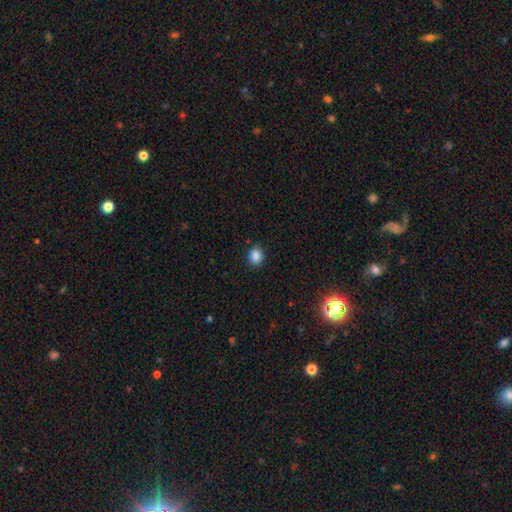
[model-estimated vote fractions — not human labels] Morphology: type=smooth (86%); roundness=round (73%); merging=none (90%).